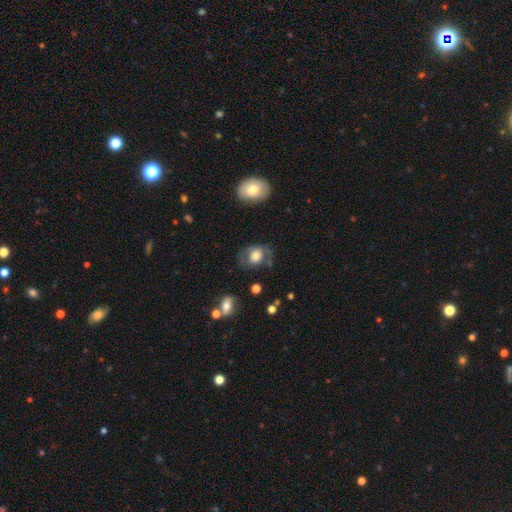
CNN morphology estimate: Smooth or featured? Predicted: smooth (p=0.57). How rounded? Predicted: in between (p=0.57). Merging? Predicted: none (p=0.56).